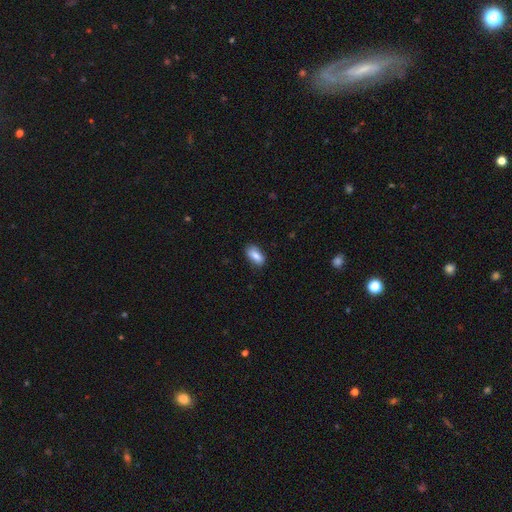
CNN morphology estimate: This is clearly a smooth galaxy (81%). How rounded: clearly in between (89%). Merging: likely none (75%).